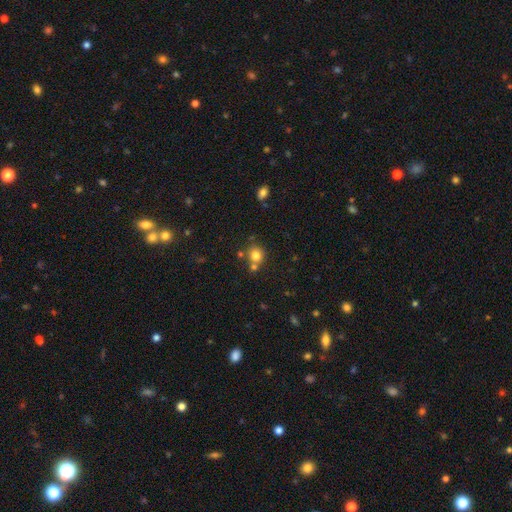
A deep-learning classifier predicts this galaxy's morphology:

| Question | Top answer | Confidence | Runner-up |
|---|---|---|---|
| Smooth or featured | smooth | 78% | star or artifact (13%) |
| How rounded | round | 85% | in between (14%) |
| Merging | none | 62% | merger (25%) |